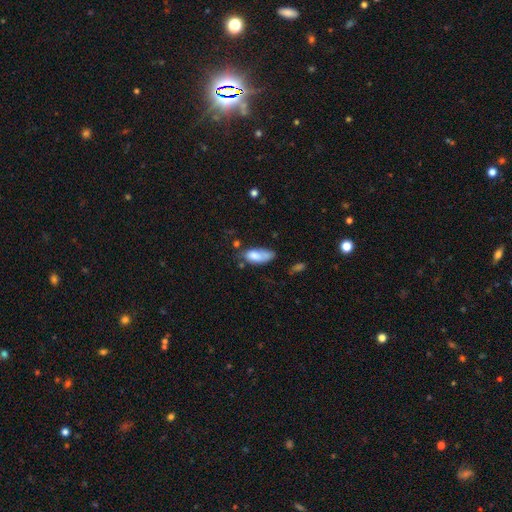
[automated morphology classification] The model was most divided on "merging": none: 37%, minor disturbance: 32%, major disturbance: 17%, merger: 14%. More confident: how rounded — in between (85%); smooth or featured — smooth (76%).